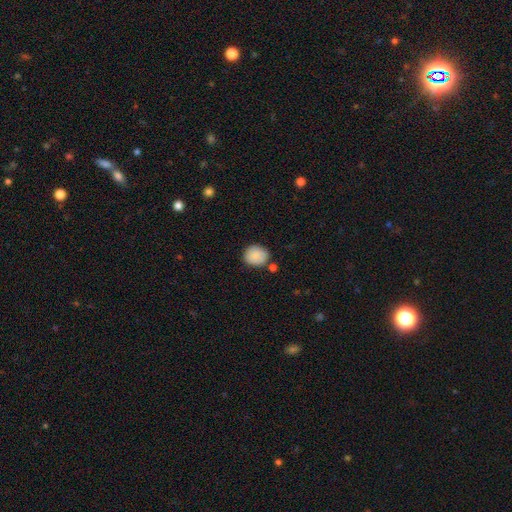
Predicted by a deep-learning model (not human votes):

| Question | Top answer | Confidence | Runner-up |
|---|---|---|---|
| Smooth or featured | smooth | 88% | star or artifact (7%) |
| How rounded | round | 71% | in between (28%) |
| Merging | none | 77% | minor disturbance (13%) |